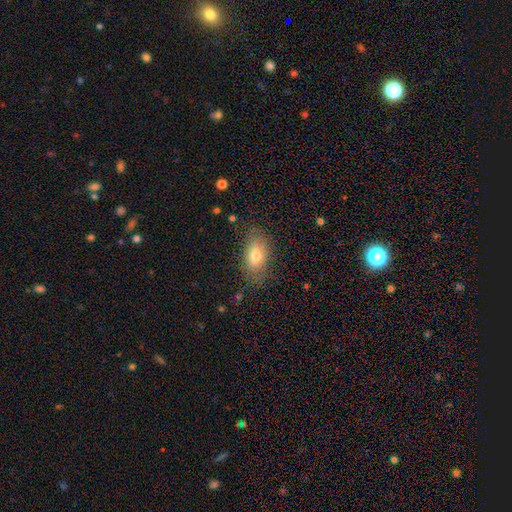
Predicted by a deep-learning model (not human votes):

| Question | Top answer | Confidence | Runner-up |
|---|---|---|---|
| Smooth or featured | smooth | 75% | featured or disk (17%) |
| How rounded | in between | 89% | round (6%) |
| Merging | none | 76% | minor disturbance (17%) |